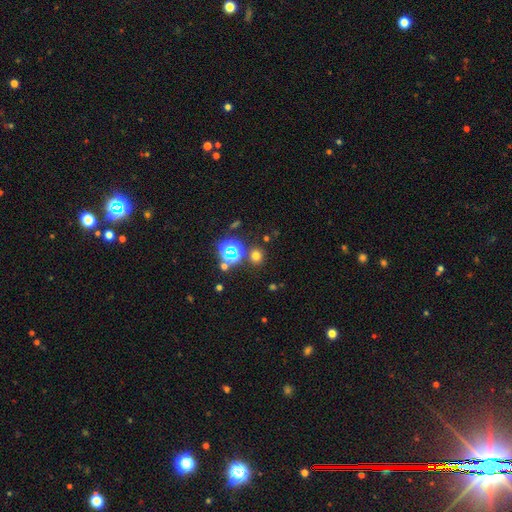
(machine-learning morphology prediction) Q: Smooth or featured?
A: smooth (63%); runner-up: star or artifact (30%)
Q: How rounded?
A: round (84%); runner-up: in between (15%)
Q: Merging?
A: none (82%); runner-up: minor disturbance (8%)